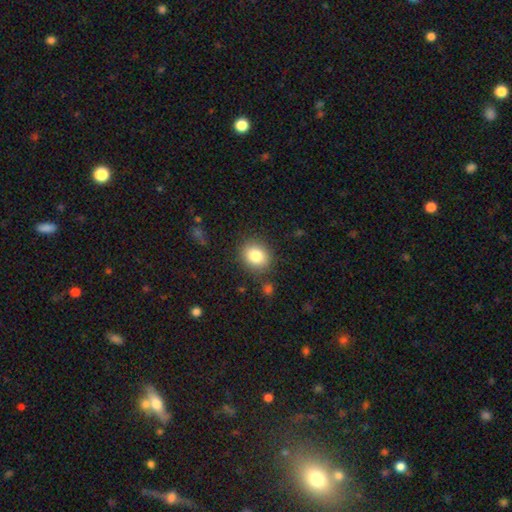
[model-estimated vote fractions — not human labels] This is clearly a smooth galaxy (82%). How rounded: likely round (67%). Merging: clearly none (85%).